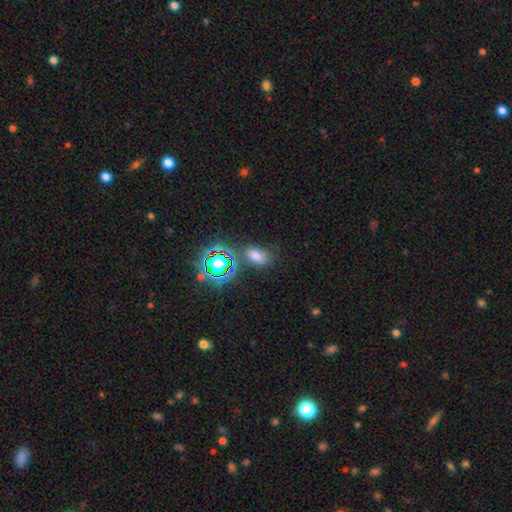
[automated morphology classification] Smooth or featured? Predicted: smooth (p=0.60). How rounded? Predicted: in between (p=0.85). Merging? Predicted: none (p=0.64).